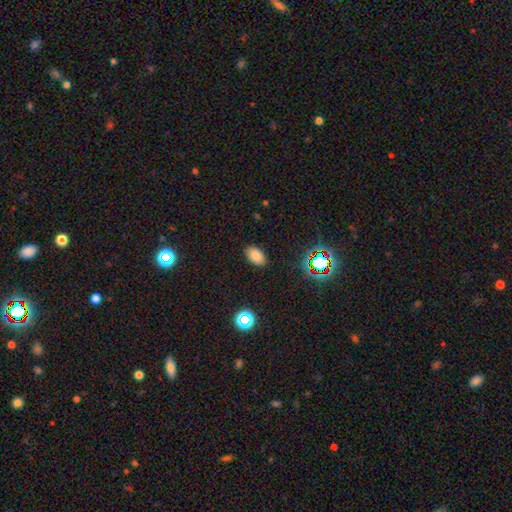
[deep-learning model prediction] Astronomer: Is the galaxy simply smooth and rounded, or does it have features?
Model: smooth — 80%.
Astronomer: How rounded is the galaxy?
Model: in between — 92%.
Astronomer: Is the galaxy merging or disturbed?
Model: none — 87%.